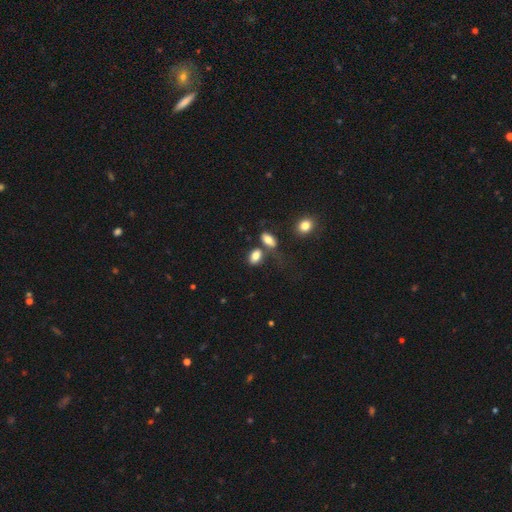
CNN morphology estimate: This is clearly a smooth galaxy (82%). How rounded: clearly in between (87%). Merging: possibly none (56%).